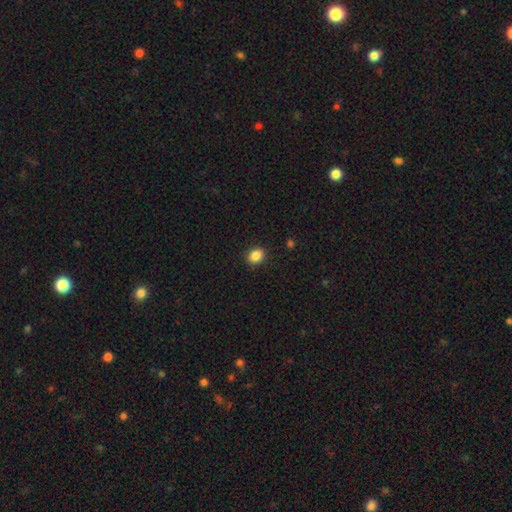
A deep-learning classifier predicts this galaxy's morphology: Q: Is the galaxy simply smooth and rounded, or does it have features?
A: smooth — 86%.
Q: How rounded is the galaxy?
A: round — 55%.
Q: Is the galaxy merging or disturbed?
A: none — 90%.